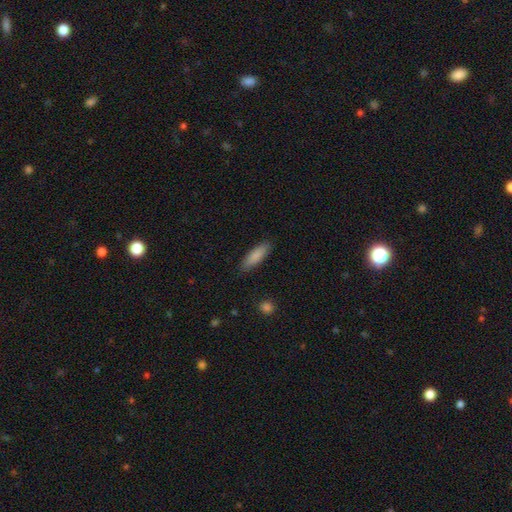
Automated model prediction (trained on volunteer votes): Smooth or featured? smooth (86%)
How rounded? cigar-shaped (55%)
Merging? none (87%)